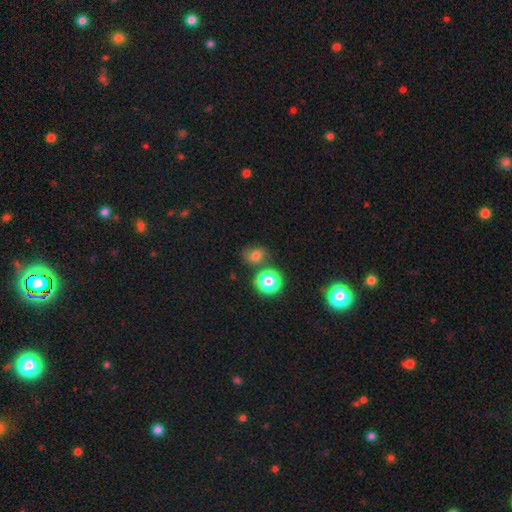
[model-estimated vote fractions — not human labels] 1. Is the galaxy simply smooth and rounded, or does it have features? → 68% smooth, 21% star or artifact, 11% featured or disk.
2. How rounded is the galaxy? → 58% round, 41% in between, 1% cigar-shaped.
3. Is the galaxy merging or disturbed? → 64% none, 16% minor disturbance, 13% merger, 6% major disturbance.